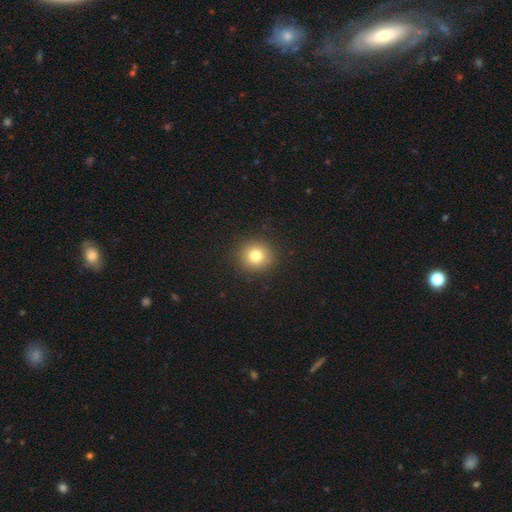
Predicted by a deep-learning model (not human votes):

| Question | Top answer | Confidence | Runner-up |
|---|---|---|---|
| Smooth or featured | smooth | 79% | star or artifact (12%) |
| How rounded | round | 90% | in between (9%) |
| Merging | none | 92% | minor disturbance (5%) |